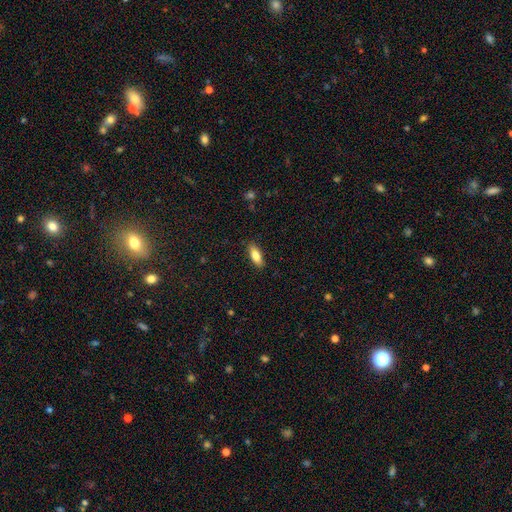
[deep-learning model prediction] Q: Smooth or featured?
A: smooth (82%); runner-up: featured or disk (11%)
Q: How rounded?
A: in between (70%); runner-up: cigar-shaped (28%)
Q: Merging?
A: none (87%); runner-up: minor disturbance (10%)